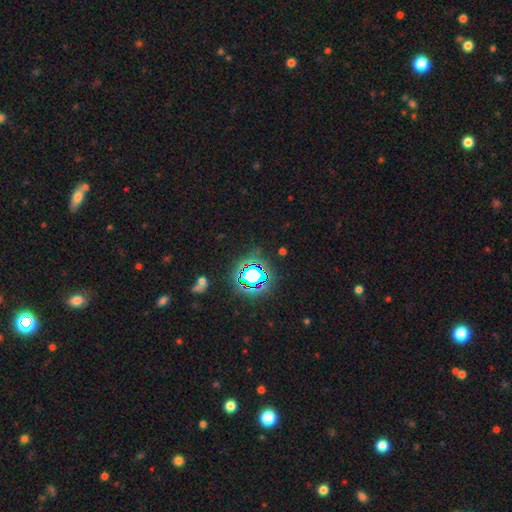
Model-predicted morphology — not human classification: This appears to be a star or artifact, not a galaxy (79%).